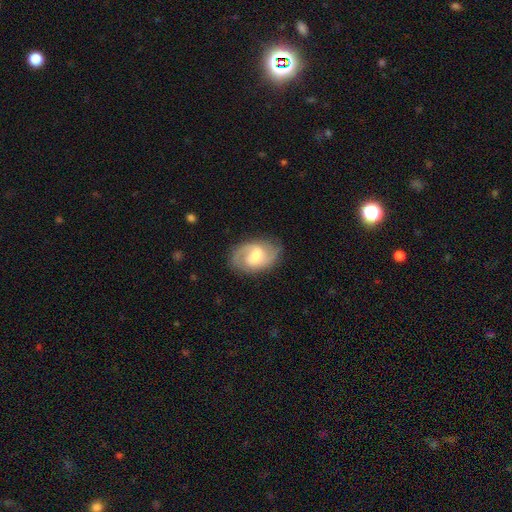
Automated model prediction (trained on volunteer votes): Q: Smooth or featured?
A: featured or disk (74%); runner-up: smooth (20%)
Q: Edge-on disk?
A: no (97%); runner-up: yes (3%)
Q: Bar?
A: weak (56%); runner-up: no (28%)
Q: Spiral arms?
A: yes (91%); runner-up: no (9%)
Q: Spiral winding?
A: medium (50%); runner-up: tight (32%)
Q: Spiral arm count?
A: 2 (83%); runner-up: can't tell (8%)
Q: Bulge size?
A: moderate (57%); runner-up: small (25%)
Q: Merging?
A: none (79%); runner-up: minor disturbance (14%)